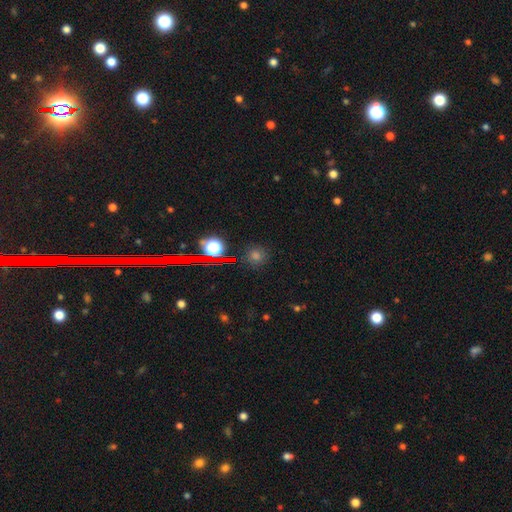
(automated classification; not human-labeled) smooth-or-featured: smooth: 57% | star or artifact: 35% | featured or disk: 8%
  how-rounded: round: 92% | in between: 7% | cigar-shaped: 1%
  merging: none: 87% | minor disturbance: 8% | major disturbance: 3% | merger: 2%